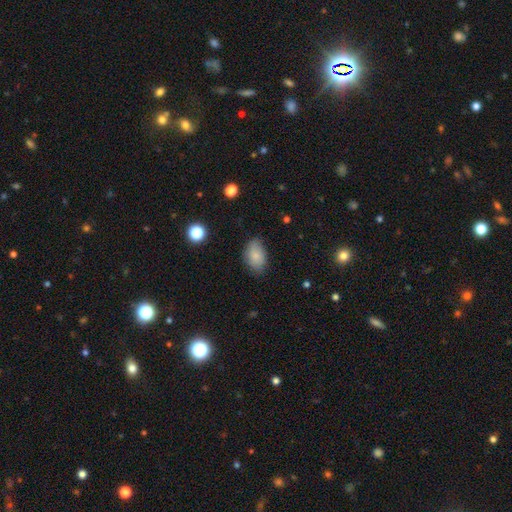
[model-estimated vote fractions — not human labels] Morphology: type=smooth (82%); roundness=in between (88%); merging=none (71%).